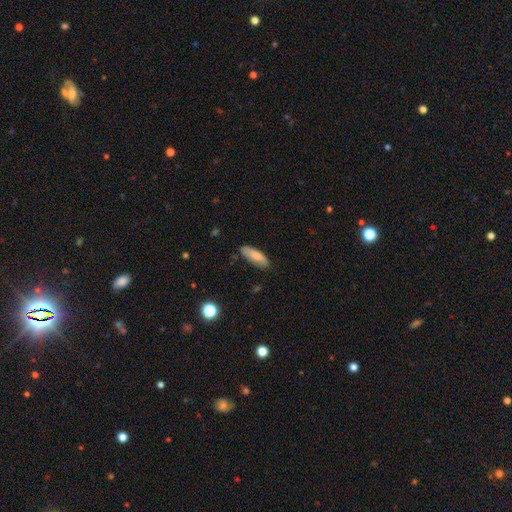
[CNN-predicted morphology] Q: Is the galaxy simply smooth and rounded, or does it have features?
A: smooth — 78%.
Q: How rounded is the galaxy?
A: in between — 65%.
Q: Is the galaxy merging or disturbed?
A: none — 78%.